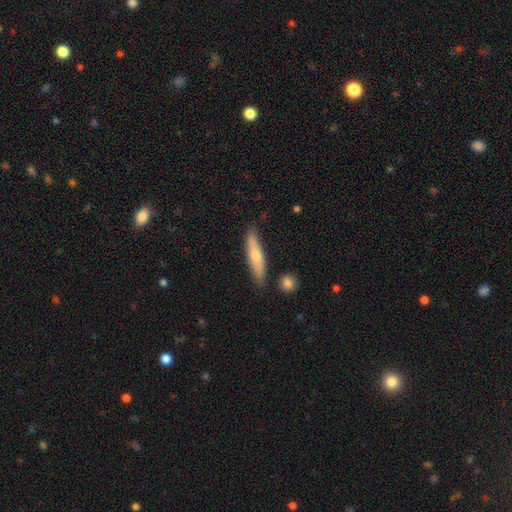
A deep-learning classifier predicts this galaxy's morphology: The model was most divided on "smooth or featured": smooth: 56%, featured or disk: 39%, star or artifact: 6%. More confident: merging — none (84%); how rounded — cigar-shaped (80%).